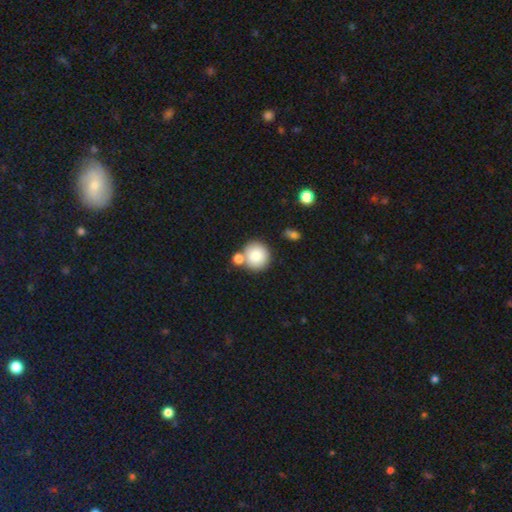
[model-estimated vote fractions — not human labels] Morphology: type=smooth (83%); roundness=round (91%); merging=none (62%).